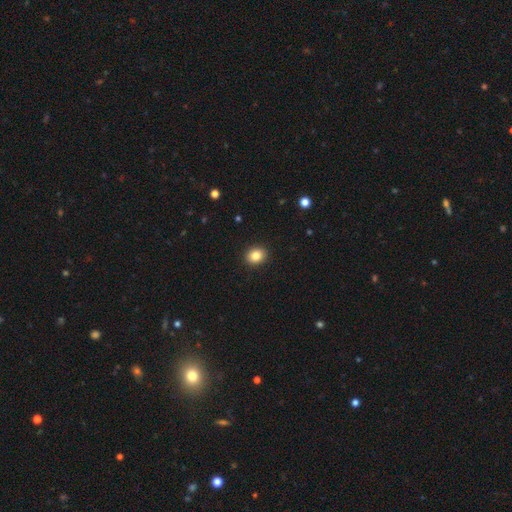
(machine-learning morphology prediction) A smooth galaxy with no disk features (85%) that is round (59%). Merging: none (92%).